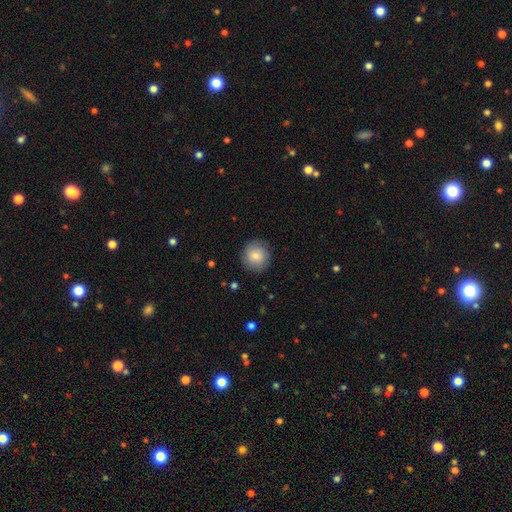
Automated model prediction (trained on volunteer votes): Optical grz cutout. It shows a smooth galaxy with no disk features (80%) that is round (92%). Merging: none (86%).